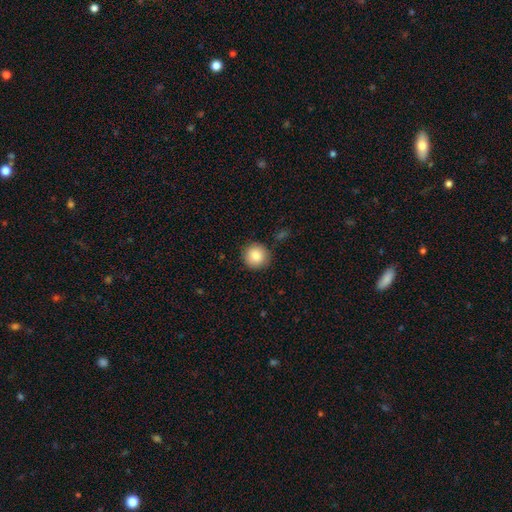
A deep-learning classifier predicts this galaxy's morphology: smooth-or-featured: smooth: 86% | star or artifact: 8% | featured or disk: 6%
  how-rounded: round: 94% | in between: 5% | cigar-shaped: 1%
  merging: none: 88% | minor disturbance: 8% | major disturbance: 2% | merger: 2%